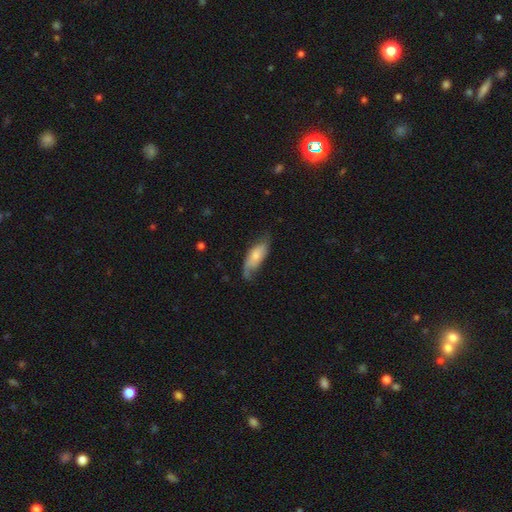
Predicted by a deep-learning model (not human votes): Overall: smooth (58%; featured or disk 36%). How rounded: in between (77%). Merging: none (50%; minor disturbance 33%).